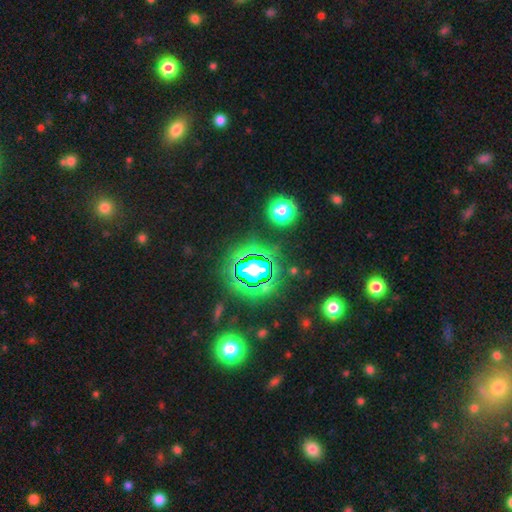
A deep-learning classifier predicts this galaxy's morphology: Smooth or featured: star or artifact — 79% (smooth — 13%)